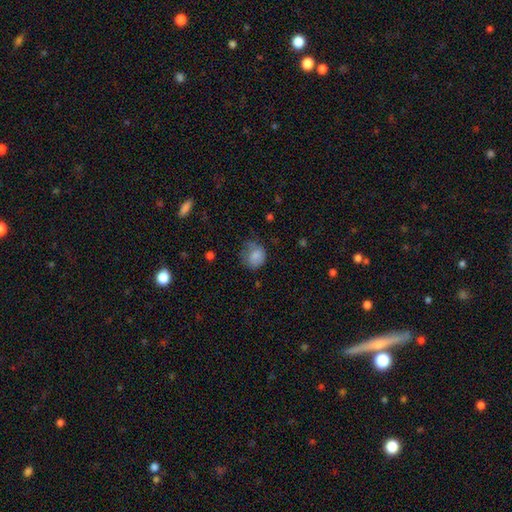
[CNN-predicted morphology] Smooth or featured?
  - smooth: 80% *
  - featured or disk: 10%
  - star or artifact: 9%
How rounded?
  - round: 63% *
  - in between: 36%
  - cigar-shaped: 1%
Merging?
  - none: 44% *
  - minor disturbance: 35%
  - major disturbance: 19%
  - merger: 2%